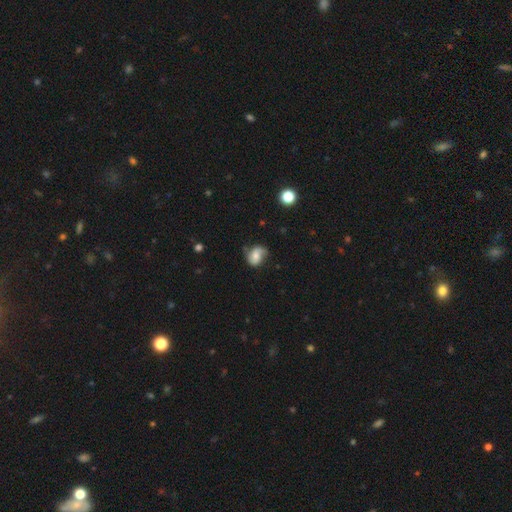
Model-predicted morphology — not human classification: Smooth or featured: featured or disk — 56% (smooth — 35%)
Edge-on disk: no — 97% (yes — 3%)
Bar: no — 58% (weak — 33%)
Spiral arms: yes — 90% (no — 10%)
Bulge size: moderate — 46% (small — 37%)
Merging: none — 58% (minor disturbance — 28%)